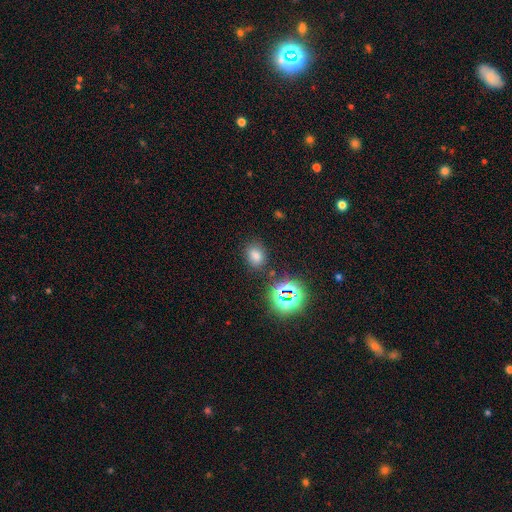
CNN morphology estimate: smooth_or_featured: smooth (p=0.71) [alt: star or artifact p=0.22]
how_rounded: in between (p=0.57) [alt: round p=0.42]
merging: none (p=0.79) [alt: minor disturbance p=0.12]